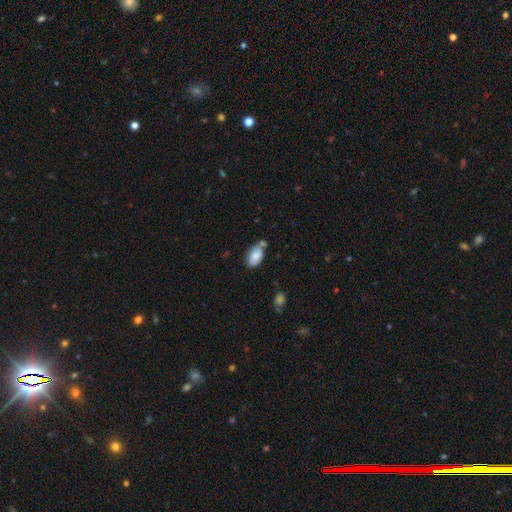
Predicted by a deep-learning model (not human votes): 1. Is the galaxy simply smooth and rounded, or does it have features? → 83% smooth, 10% featured or disk, 7% star or artifact.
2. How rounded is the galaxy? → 93% in between, 5% round, 2% cigar-shaped.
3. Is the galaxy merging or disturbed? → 52% none, 22% minor disturbance, 21% merger, 6% major disturbance.